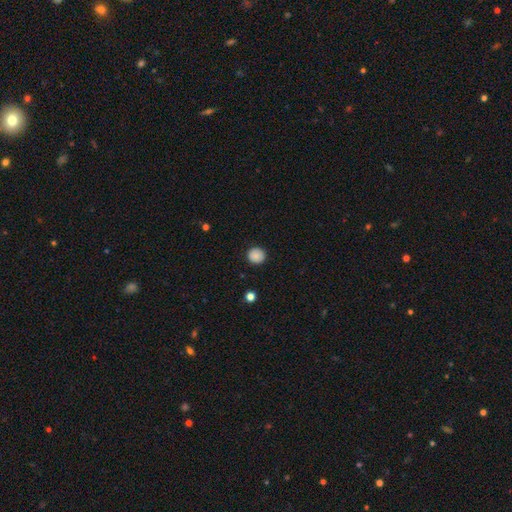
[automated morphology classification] A smooth galaxy with no disk features (87%) that is round (91%).

Vote fractions:
- Smooth or featured? smooth: 87% / star or artifact: 9% / featured or disk: 4%
- How rounded? round: 91% / in between: 8% / cigar-shaped: 1%
- Merging? none: 91% / minor disturbance: 7% / major disturbance: 2% / merger: 1%